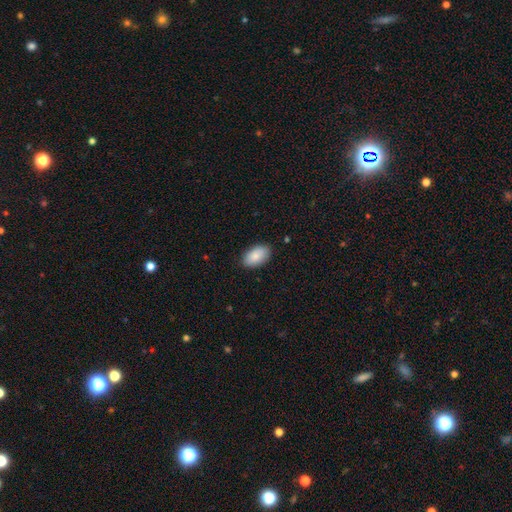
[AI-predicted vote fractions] Smooth or featured?
  - smooth: 86% *
  - featured or disk: 7%
  - star or artifact: 6%
How rounded?
  - in between: 94% *
  - round: 4%
  - cigar-shaped: 1%
Merging?
  - none: 87% *
  - minor disturbance: 10%
  - major disturbance: 2%
  - merger: 1%